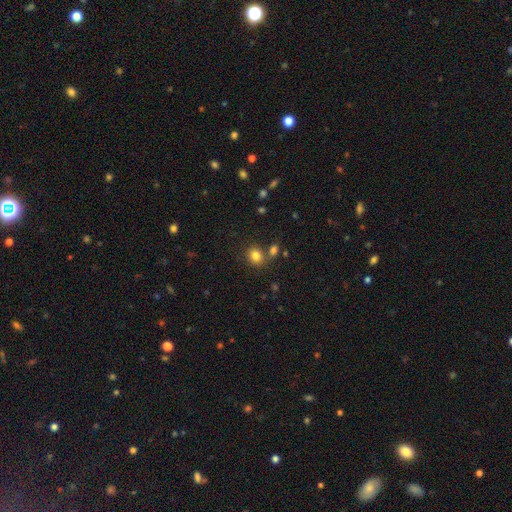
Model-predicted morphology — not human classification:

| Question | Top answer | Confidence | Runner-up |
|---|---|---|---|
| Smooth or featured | smooth | 81% | star or artifact (12%) |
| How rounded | round | 68% | in between (31%) |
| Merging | none | 71% | merger (15%) |